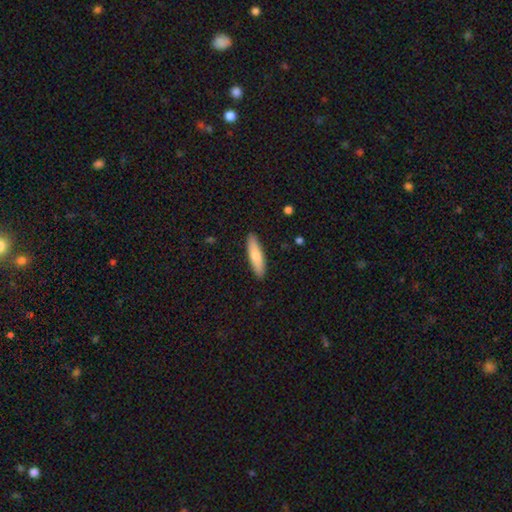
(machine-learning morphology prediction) smooth-or-featured: smooth: 73% | featured or disk: 22% | star or artifact: 5%
  how-rounded: cigar-shaped: 71% | in between: 28% | round: 2%
  merging: none: 90% | minor disturbance: 8% | major disturbance: 2% | merger: 1%